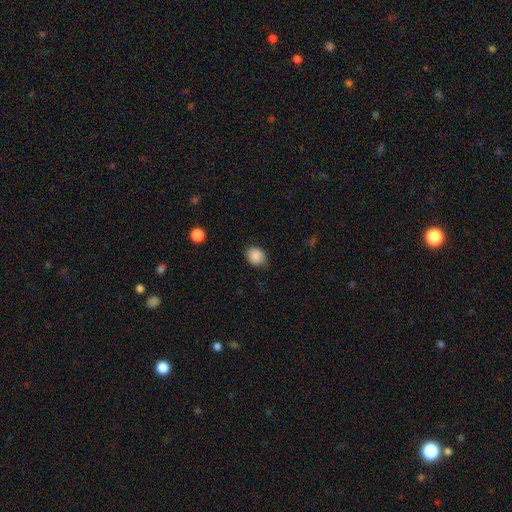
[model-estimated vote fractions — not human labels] smooth-or-featured: smooth: 87% | star or artifact: 9% | featured or disk: 4%
  how-rounded: round: 52% | in between: 47% | cigar-shaped: 1%
  merging: none: 79% | minor disturbance: 17% | major disturbance: 3% | merger: 1%